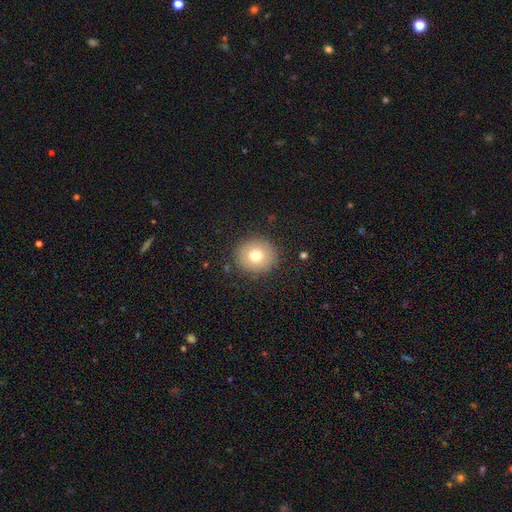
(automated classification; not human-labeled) smooth 74%, featured or disk 15%, star or artifact 11%. Down the decision tree: how rounded — round (91%); merging — none (88%).